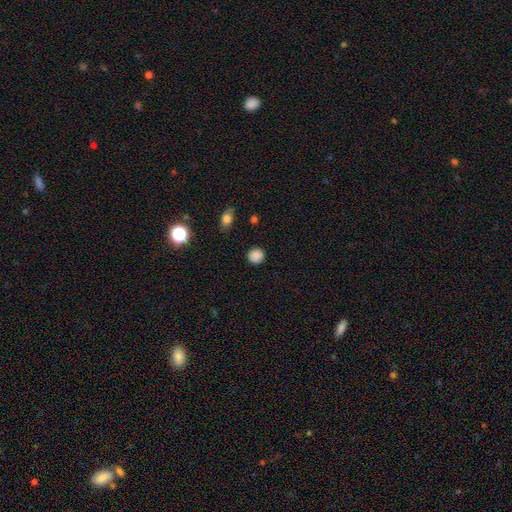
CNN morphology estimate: smooth 85%, star or artifact 11%, featured or disk 4%. Down the decision tree: how rounded — round (90%); merging — none (89%).